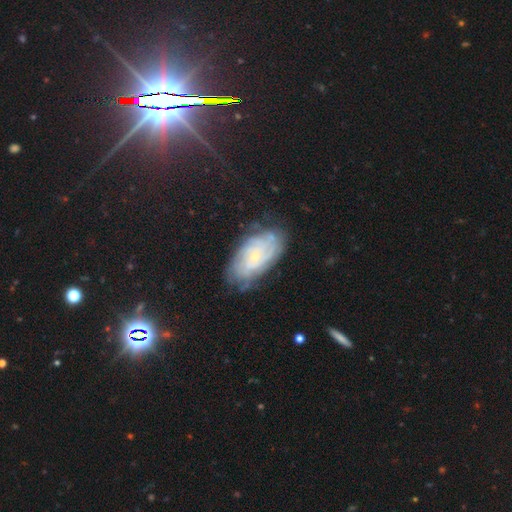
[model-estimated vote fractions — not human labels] smooth-or-featured: featured or disk: 75% | smooth: 17% | star or artifact: 8%
  disk-edge-on: no: 95% | yes: 5%
    bar: no: 76% | weak: 20% | strong: 4%
    has-spiral-arms: yes: 90% | no: 10%
      spiral-winding: tight: 72% | medium: 21% | loose: 7%
      spiral-arm-count: can't tell: 53% | 2: 14% | 4: 11% | 3: 10% | more than 4: 7% | 1: 5%
    bulge-size: small: 78% | moderate: 18% | none: 2% | large: 1% | dominant: 1%
  merging: none: 71% | minor disturbance: 21% | major disturbance: 7% | merger: 2%